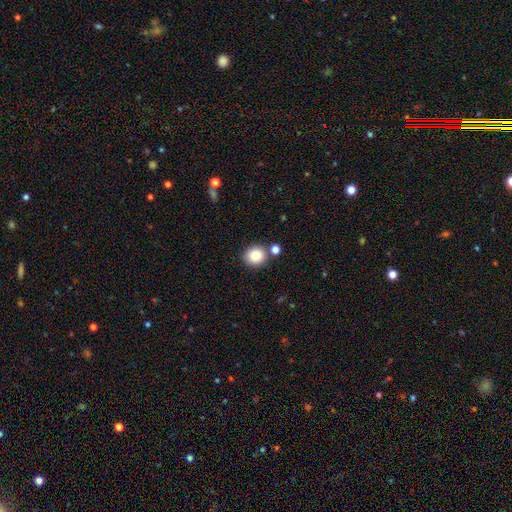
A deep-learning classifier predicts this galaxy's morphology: smooth_or_featured: smooth (p=0.85) [alt: star or artifact p=0.09]
how_rounded: round (p=0.83) [alt: in between p=0.16]
merging: none (p=0.78) [alt: merger p=0.11]